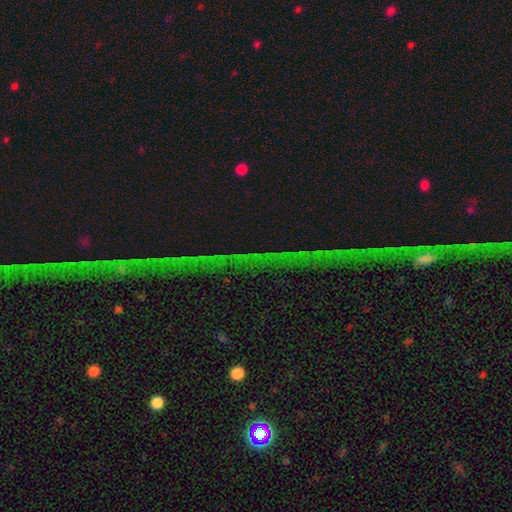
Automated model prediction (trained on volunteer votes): smooth_or_featured: star or artifact (p=0.75) [alt: featured or disk p=0.13]